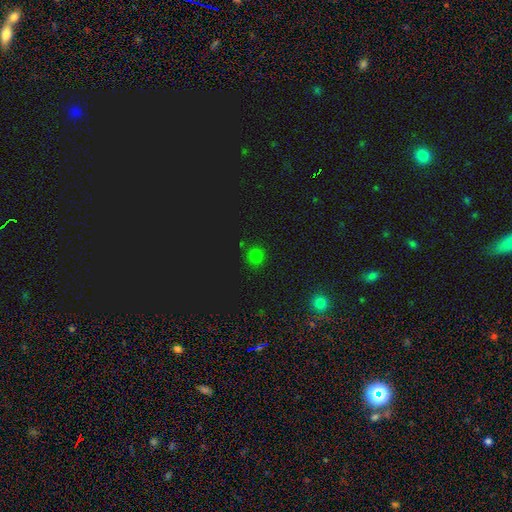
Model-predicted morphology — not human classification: Smooth or featured?
  - smooth: 70% *
  - star or artifact: 25%
  - featured or disk: 5%
How rounded?
  - round: 91% *
  - in between: 8%
  - cigar-shaped: 1%
Merging?
  - none: 87% *
  - minor disturbance: 8%
  - merger: 3%
  - major disturbance: 2%